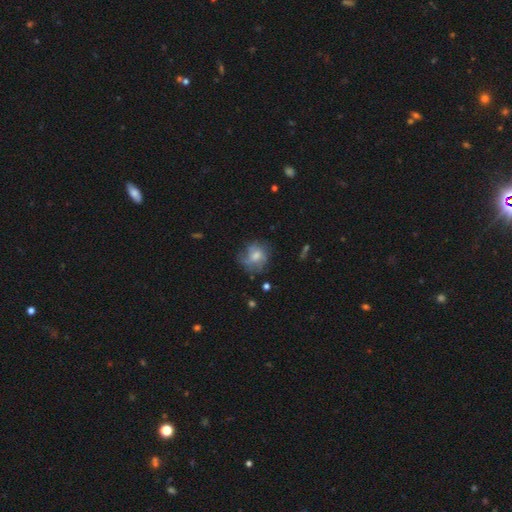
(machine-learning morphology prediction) Smooth or featured? smooth (51%)
How rounded? round (70%)
Merging? none (57%)